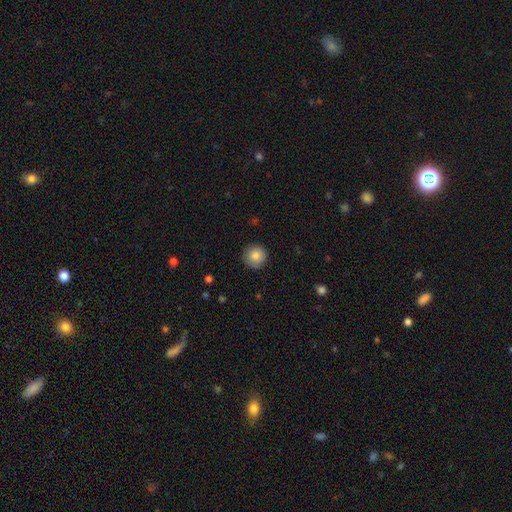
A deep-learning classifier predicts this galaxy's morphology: type=smooth (85%); roundness=round (95%); merging=none (88%).